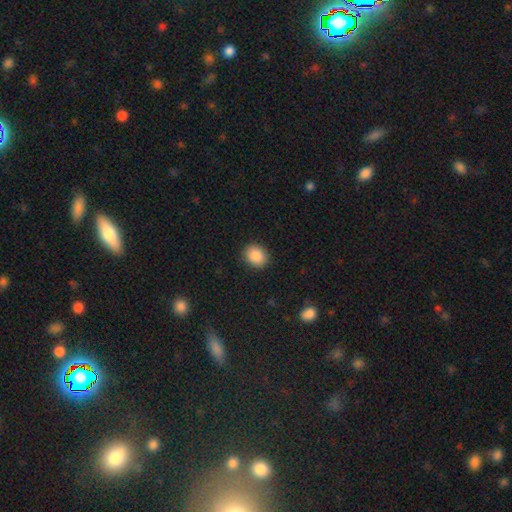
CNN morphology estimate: Smooth or featured? smooth (88%)
How rounded? round (59%)
Merging? none (89%)